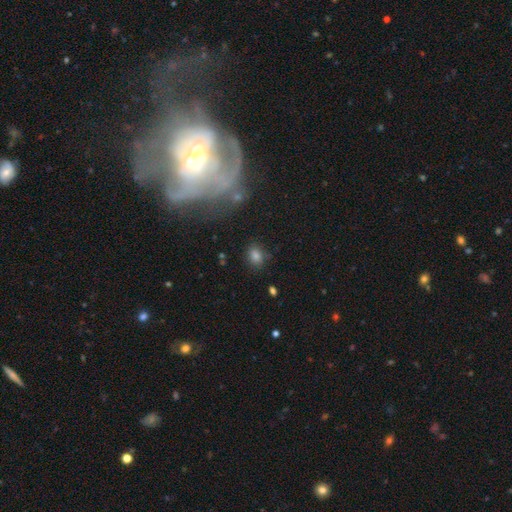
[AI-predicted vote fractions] A smooth galaxy with no disk features (78%) that is in between round and cigar-shaped (66%). Merging: none (77%).